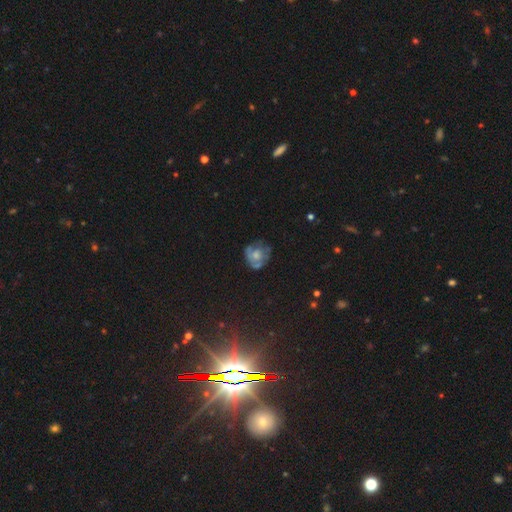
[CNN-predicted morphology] A featured or disk galaxy (49%). Merging: none (55%).